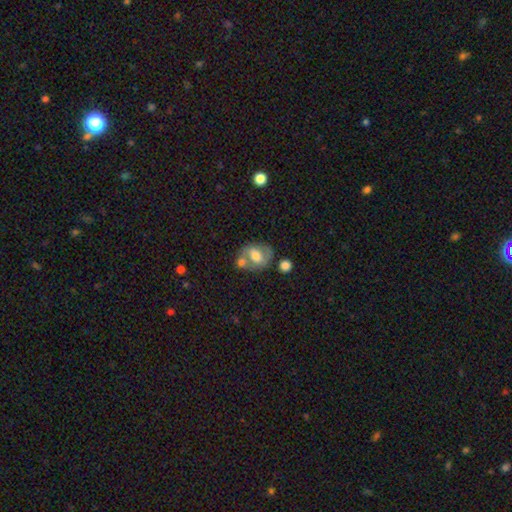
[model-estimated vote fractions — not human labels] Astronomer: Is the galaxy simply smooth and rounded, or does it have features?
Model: smooth — 47% (runner-up: featured or disk, 45%).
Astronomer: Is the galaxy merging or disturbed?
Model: none — 47% (runner-up: merger, 28%).